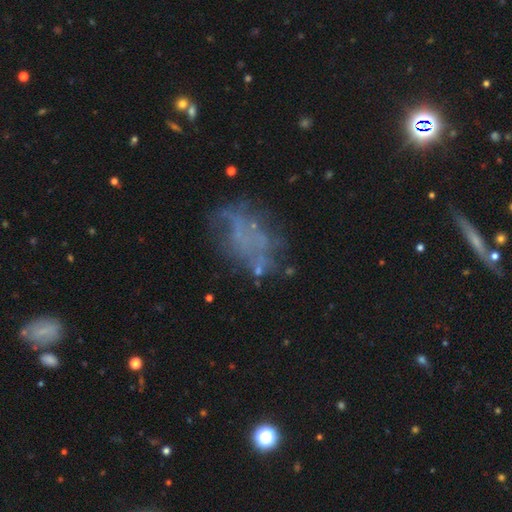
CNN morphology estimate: Smooth or featured? Predicted: featured or disk (p=0.55). Edge-on disk? Predicted: no (p=0.97). Bar? Predicted: no (p=0.89). Spiral arms? Predicted: no (p=0.87). Bulge size? Predicted: none (p=0.83). Merging? Predicted: none (p=0.48).